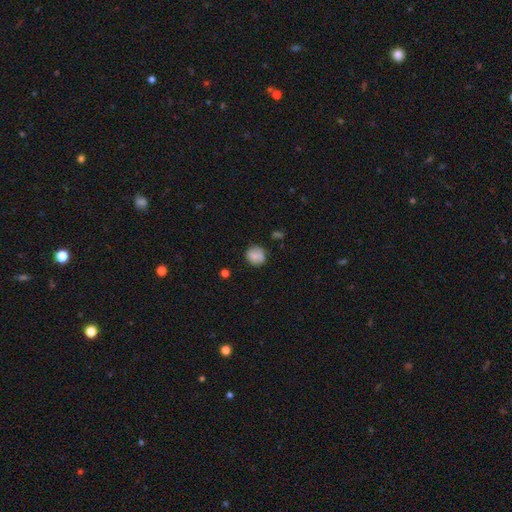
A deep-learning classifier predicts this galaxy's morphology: type=smooth (75%); roundness=round (85%); merging=none (71%).